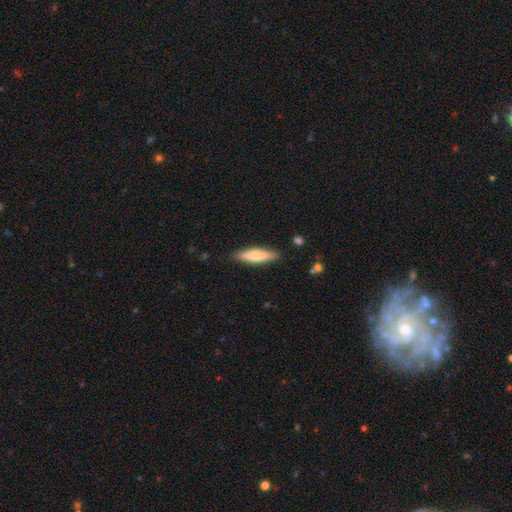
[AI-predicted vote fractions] A smooth galaxy with no disk features (68%) that is cigar-shaped (68%). Merging: none (87%).